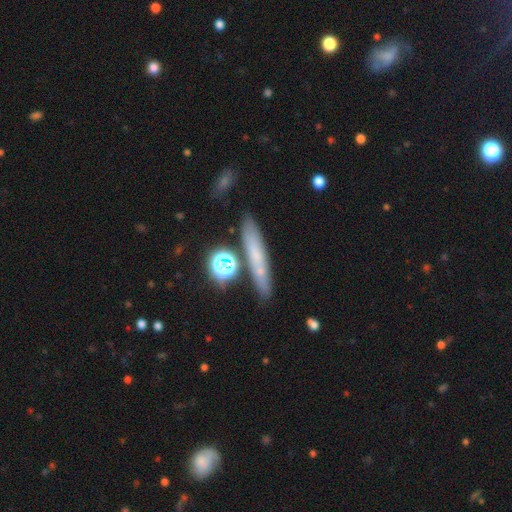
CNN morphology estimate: Smooth or featured? smooth (53%)
How rounded? cigar-shaped (78%)
Merging? none (79%)